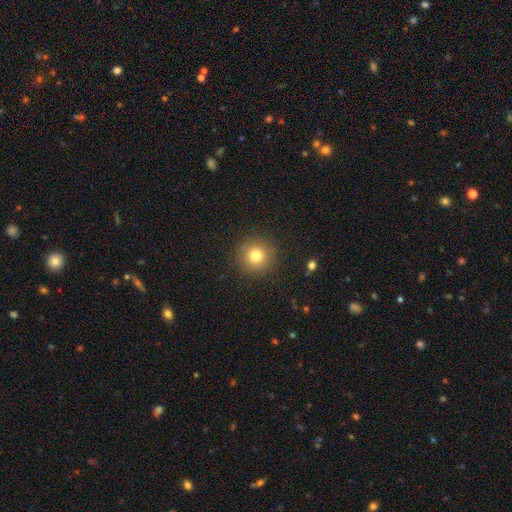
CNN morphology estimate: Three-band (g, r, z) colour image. It shows a smooth galaxy with no disk features (77%) that is round (95%). Merging: none (90%).